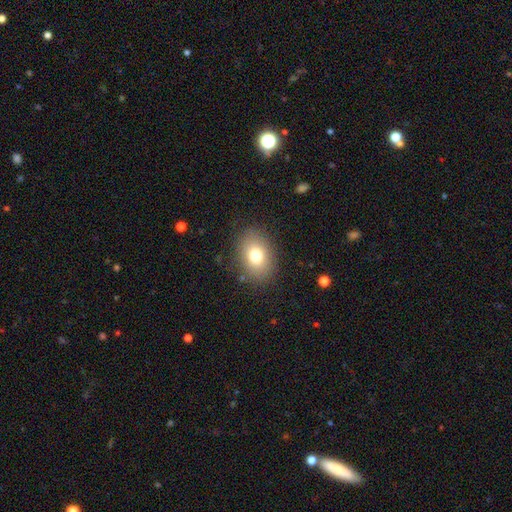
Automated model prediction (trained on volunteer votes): smooth-or-featured: smooth: 76% | featured or disk: 13% | star or artifact: 11%
  how-rounded: in between: 72% | round: 27% | cigar-shaped: 1%
  merging: none: 85% | minor disturbance: 10% | major disturbance: 4% | merger: 1%